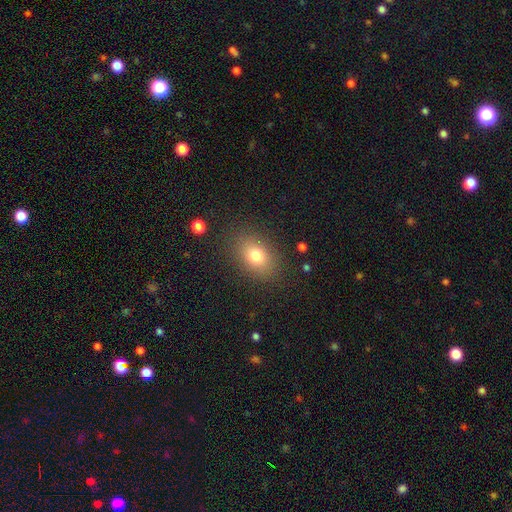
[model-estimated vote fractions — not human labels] Smooth or featured? smooth (77%)
How rounded? in between (70%)
Merging? none (85%)